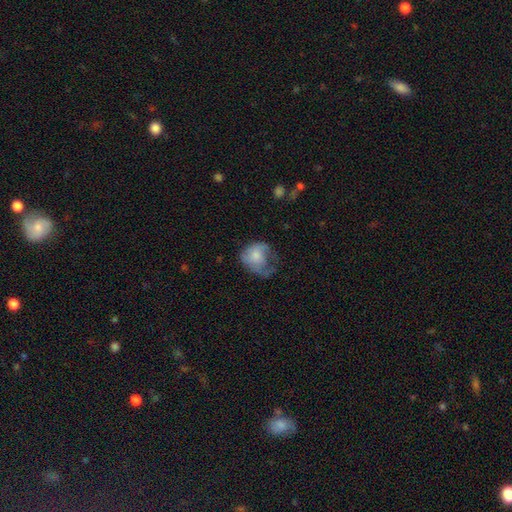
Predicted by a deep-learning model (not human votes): This is likely a smooth galaxy (62%). How rounded: possibly round (57%). Merging: marginally major disturbance (44%).